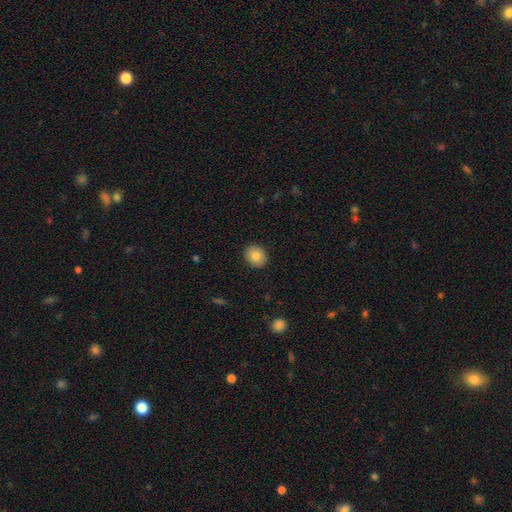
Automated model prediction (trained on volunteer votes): Smooth or featured?
  - smooth: 84% *
  - star or artifact: 8%
  - featured or disk: 8%
How rounded?
  - round: 70% *
  - in between: 29%
  - cigar-shaped: 1%
Merging?
  - none: 91% *
  - minor disturbance: 6%
  - major disturbance: 2%
  - merger: 1%